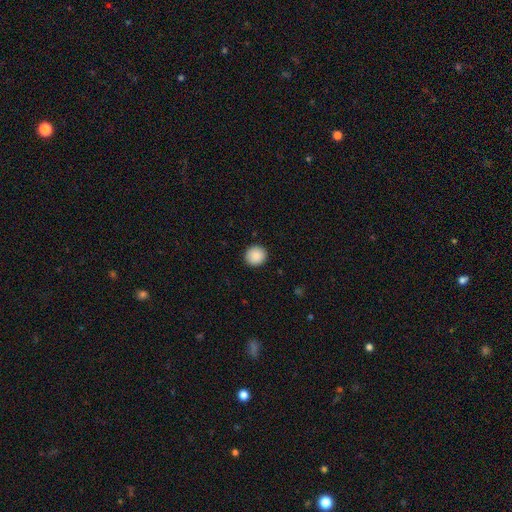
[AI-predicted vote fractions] Q: Smooth or featured?
A: smooth (89%); runner-up: star or artifact (8%)
Q: How rounded?
A: round (93%); runner-up: in between (6%)
Q: Merging?
A: none (92%); runner-up: minor disturbance (5%)